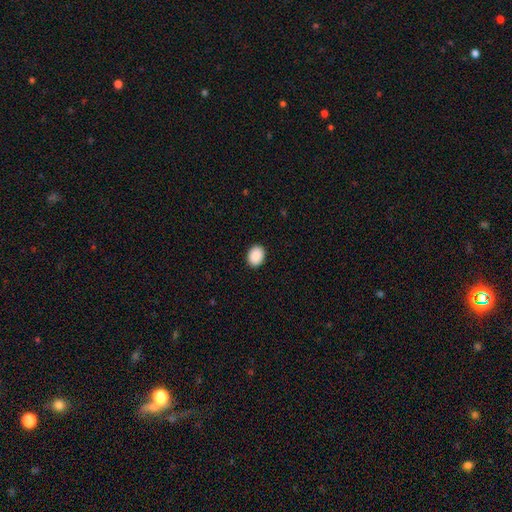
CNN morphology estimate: Smooth or featured?
  - smooth: 91% *
  - star or artifact: 7%
  - featured or disk: 2%
How rounded?
  - in between: 63% *
  - round: 36%
  - cigar-shaped: 1%
Merging?
  - none: 91% *
  - minor disturbance: 6%
  - major disturbance: 2%
  - merger: 1%